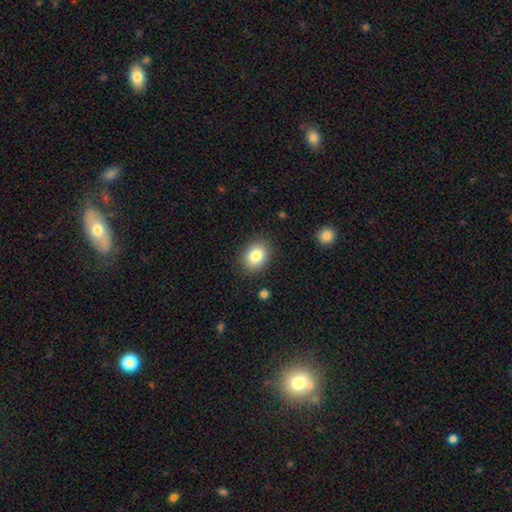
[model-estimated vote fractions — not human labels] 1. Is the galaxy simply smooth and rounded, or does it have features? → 83% smooth, 9% star or artifact, 8% featured or disk.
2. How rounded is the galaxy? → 55% in between, 44% round, 1% cigar-shaped.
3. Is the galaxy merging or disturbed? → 86% none, 9% minor disturbance, 3% major disturbance, 1% merger.